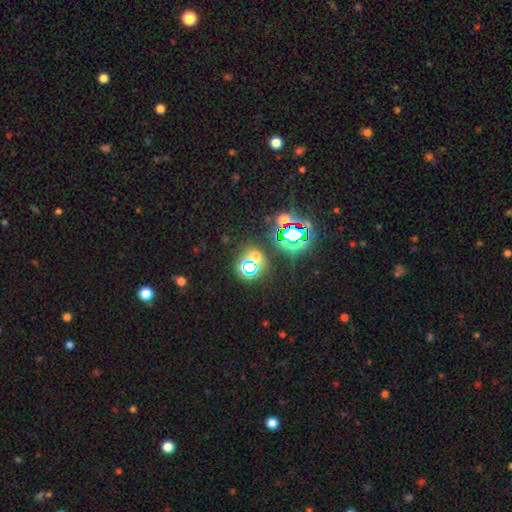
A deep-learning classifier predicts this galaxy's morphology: The model was most divided on "smooth or featured": star or artifact: 70%, smooth: 22%, featured or disk: 8%.